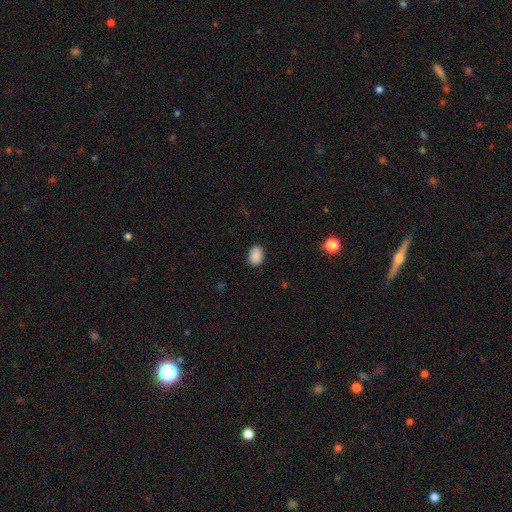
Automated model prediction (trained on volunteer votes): A smooth galaxy with no disk features (88%) that is in between round and cigar-shaped (69%). Merging: none (86%).